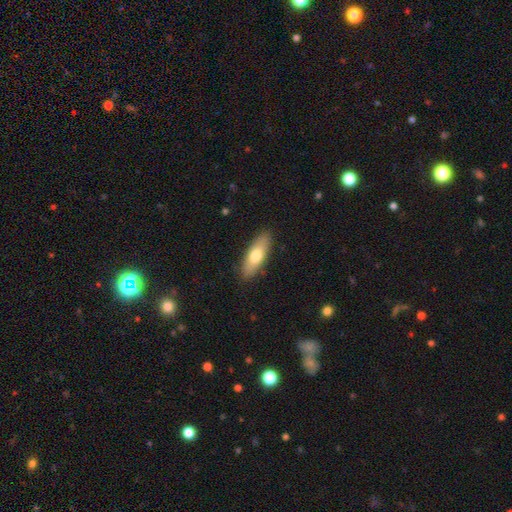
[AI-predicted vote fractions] Overall: smooth (70%). How rounded: in between (58%; cigar-shaped 40%). Merging: none (88%).